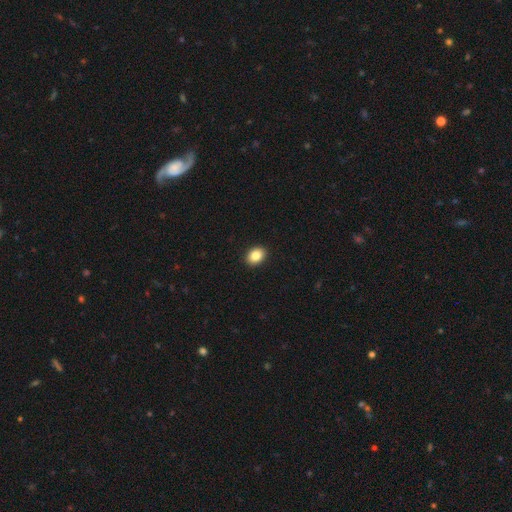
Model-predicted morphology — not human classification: The model was most divided on "how rounded": in between: 67%, round: 32%, cigar-shaped: 1%. More confident: merging — none (92%); smooth or featured — smooth (86%).